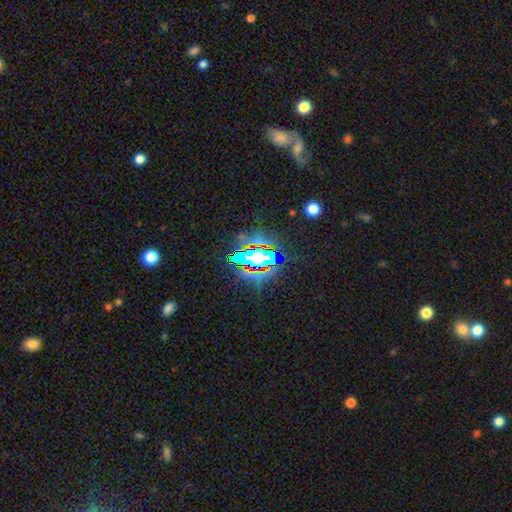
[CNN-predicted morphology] Smooth or featured? Predicted: star or artifact (p=0.64).